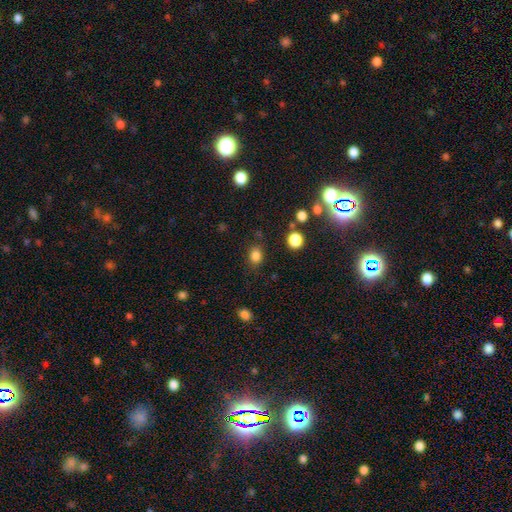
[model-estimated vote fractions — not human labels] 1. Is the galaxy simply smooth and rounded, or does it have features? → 83% smooth, 13% star or artifact, 4% featured or disk.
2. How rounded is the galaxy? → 54% in between, 45% round, 1% cigar-shaped.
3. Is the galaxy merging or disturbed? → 82% none, 11% minor disturbance, 4% major disturbance, 3% merger.